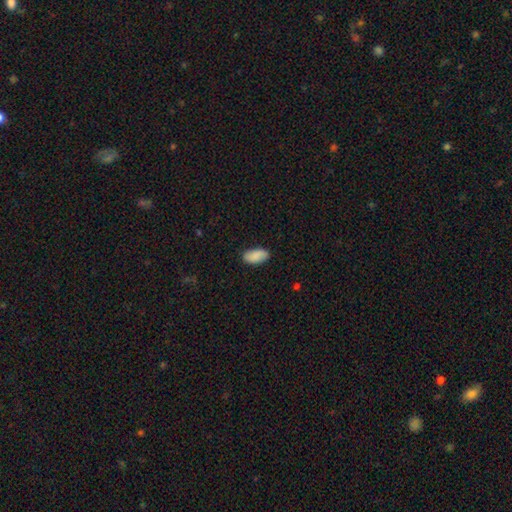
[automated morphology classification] Smooth or featured?
  - smooth: 88% *
  - featured or disk: 6%
  - star or artifact: 6%
How rounded?
  - in between: 94% *
  - cigar-shaped: 4%
  - round: 2%
Merging?
  - none: 86% *
  - minor disturbance: 11%
  - major disturbance: 2%
  - merger: 1%